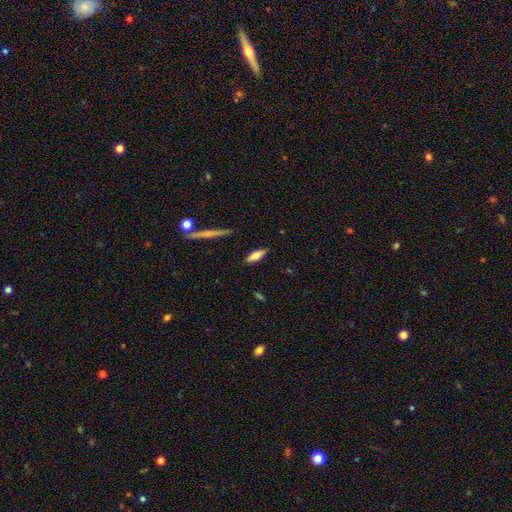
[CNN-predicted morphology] smooth_or_featured: smooth (p=0.65) [alt: featured or disk p=0.29]
how_rounded: in between (p=0.56) [alt: cigar-shaped p=0.41]
merging: none (p=0.87) [alt: minor disturbance p=0.10]